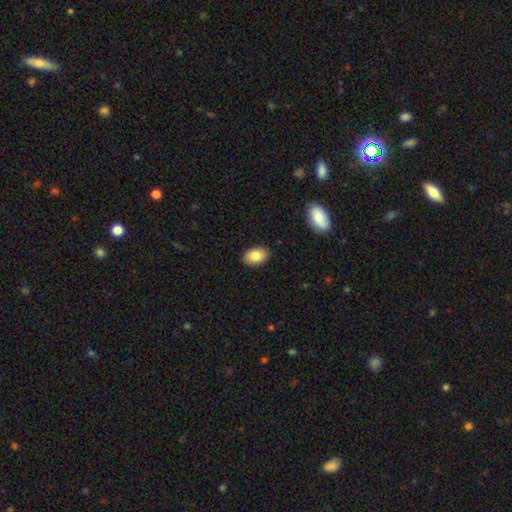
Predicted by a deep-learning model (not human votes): Morphology: type=smooth (85%); roundness=in between (90%); merging=none (88%).